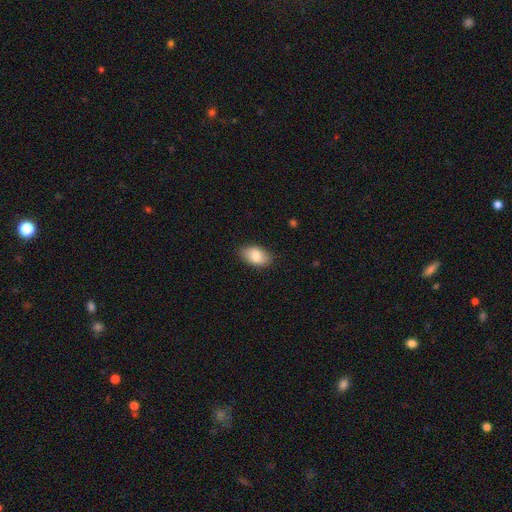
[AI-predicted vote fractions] Smooth or featured? Predicted: smooth (p=0.84). How rounded? Predicted: in between (p=0.92). Merging? Predicted: none (p=0.84).